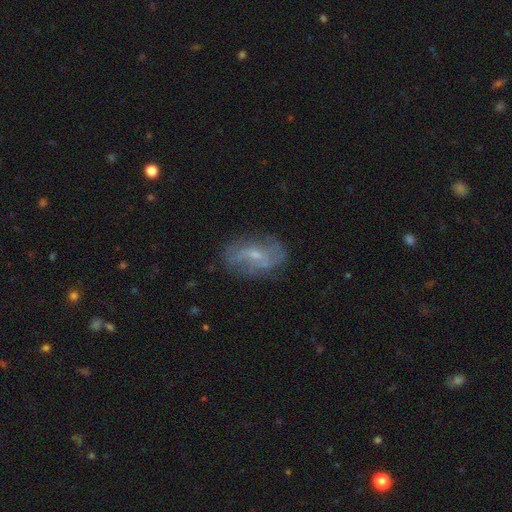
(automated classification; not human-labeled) Smooth or featured?
  - featured or disk: 67% *
  - smooth: 25%
  - star or artifact: 9%
Edge-on disk?
  - no: 95% *
  - yes: 5%
Bar?
  - weak: 48% *
  - no: 42%
  - strong: 10%
Spiral arms?
  - yes: 78% *
  - no: 22%
Bulge size?
  - small: 61% *
  - moderate: 27%
  - none: 9%
  - large: 1%
  - dominant: 1%
Merging?
  - none: 70% *
  - minor disturbance: 19%
  - major disturbance: 9%
  - merger: 2%